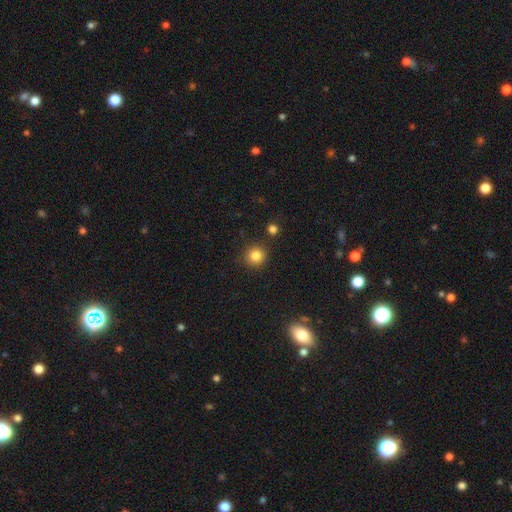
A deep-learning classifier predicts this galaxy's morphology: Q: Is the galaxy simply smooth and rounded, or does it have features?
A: smooth — 84%.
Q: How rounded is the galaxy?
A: round — 92%.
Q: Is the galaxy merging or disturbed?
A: none — 87%.